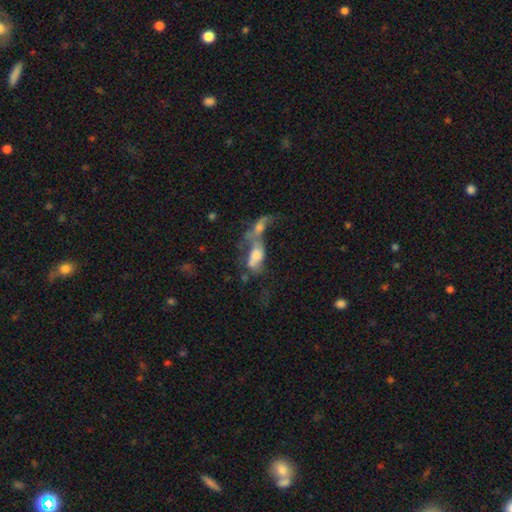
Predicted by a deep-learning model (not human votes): Q: Smooth or featured?
A: smooth (45%); runner-up: featured or disk (42%)
Q: Merging?
A: merger (69%); runner-up: major disturbance (15%)